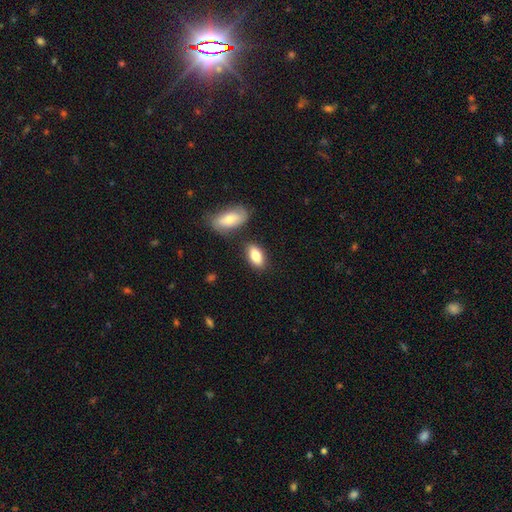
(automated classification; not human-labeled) smooth 82%, featured or disk 12%, star or artifact 6%. Down the decision tree: how rounded — in between (90%); merging — none (77%).